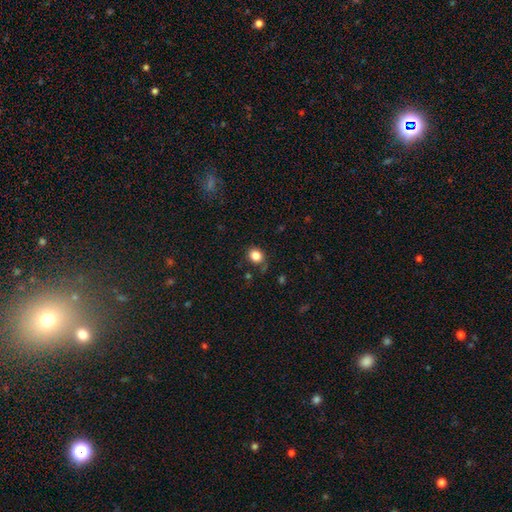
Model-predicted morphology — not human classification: Overall: smooth (84%). How rounded: round (71%). Merging: none (77%).